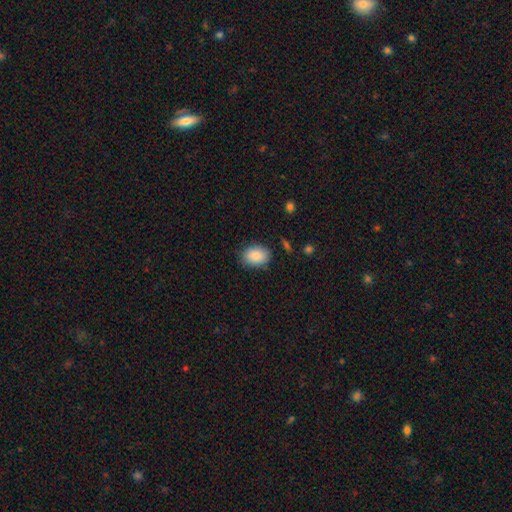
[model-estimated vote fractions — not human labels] Smooth or featured? Predicted: smooth (p=0.88). How rounded? Predicted: in between (p=0.76). Merging? Predicted: none (p=0.82).